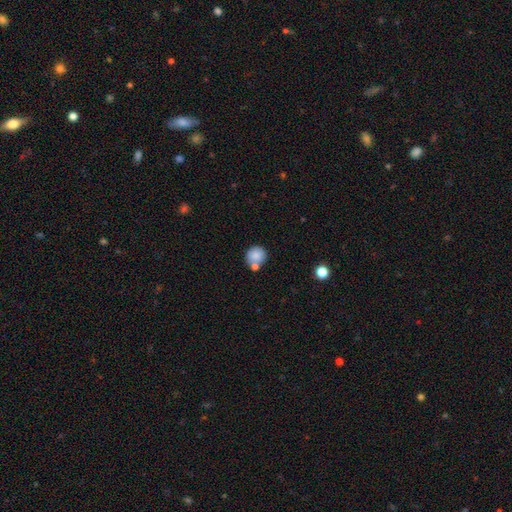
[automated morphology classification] Smooth or featured?
  - smooth: 83% *
  - star or artifact: 9%
  - featured or disk: 8%
How rounded?
  - round: 90% *
  - in between: 9%
  - cigar-shaped: 1%
Merging?
  - none: 63% *
  - merger: 22%
  - minor disturbance: 12%
  - major disturbance: 4%